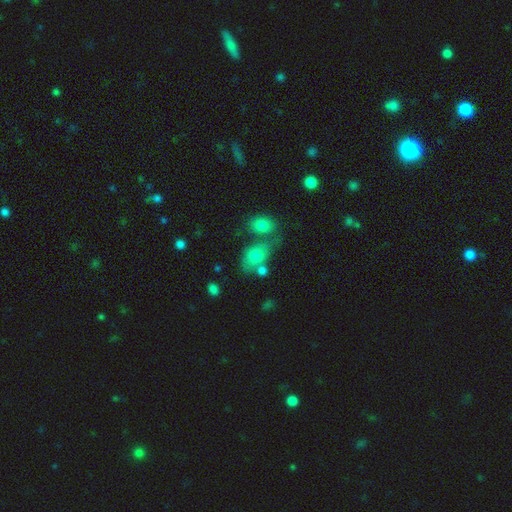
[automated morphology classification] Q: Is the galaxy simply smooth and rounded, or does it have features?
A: smooth — 73%.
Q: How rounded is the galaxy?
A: in between — 79%.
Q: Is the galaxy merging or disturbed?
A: none — 41%.